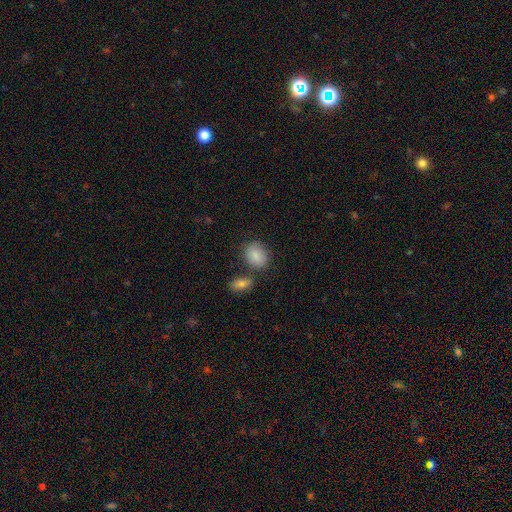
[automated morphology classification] smooth_or_featured: smooth (p=0.86) [alt: star or artifact p=0.07]
how_rounded: in between (p=0.59) [alt: round p=0.40]
merging: none (p=0.66) [alt: minor disturbance p=0.15]